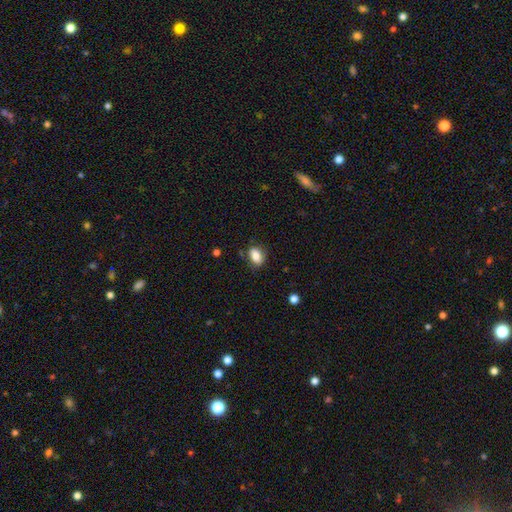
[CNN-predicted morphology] Q: Smooth or featured?
A: smooth (81%); runner-up: featured or disk (11%)
Q: How rounded?
A: in between (83%); runner-up: round (14%)
Q: Merging?
A: none (75%); runner-up: minor disturbance (18%)